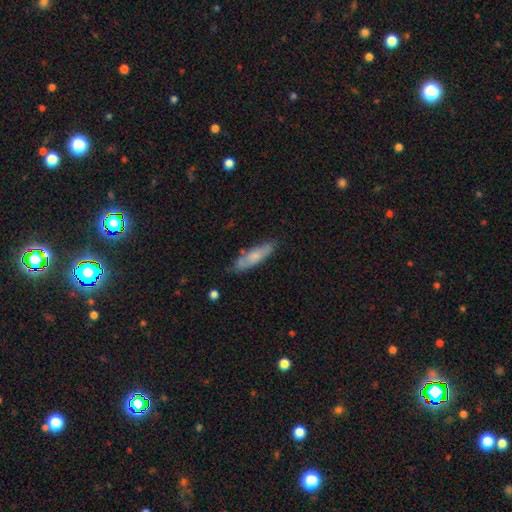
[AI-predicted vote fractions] smooth_or_featured: smooth (p=0.71) [alt: featured or disk p=0.23]
how_rounded: cigar-shaped (p=0.61) [alt: in between p=0.37]
merging: none (p=0.70) [alt: minor disturbance p=0.22]